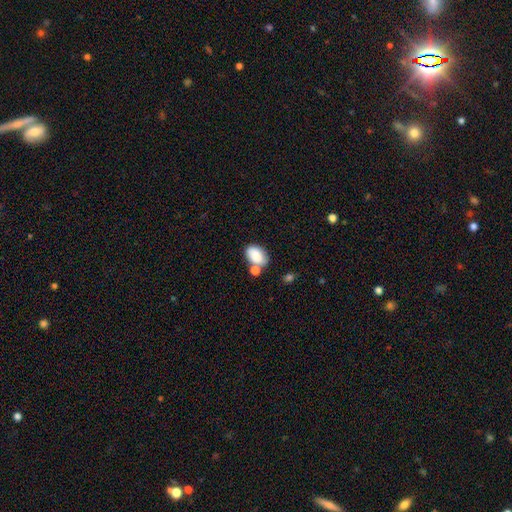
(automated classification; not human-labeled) The model was most divided on "merging": none: 49%, merger: 28%, minor disturbance: 17%, major disturbance: 6%. More confident: how rounded — in between (86%); smooth or featured — smooth (81%).